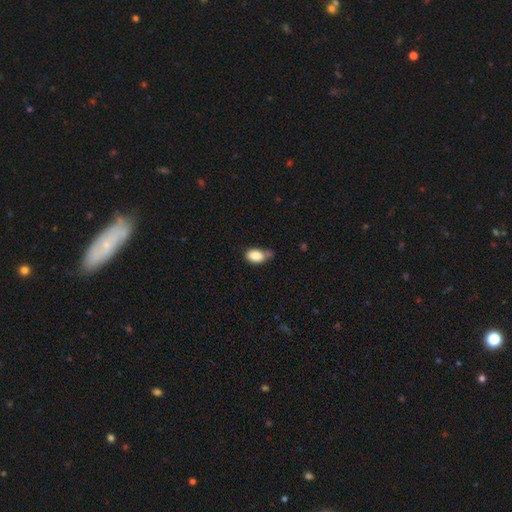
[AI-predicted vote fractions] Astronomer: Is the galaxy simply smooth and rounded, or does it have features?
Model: smooth — 85%.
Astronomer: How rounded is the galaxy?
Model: in between — 88%.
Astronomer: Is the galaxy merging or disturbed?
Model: none — 44% (runner-up: minor disturbance, 35%).